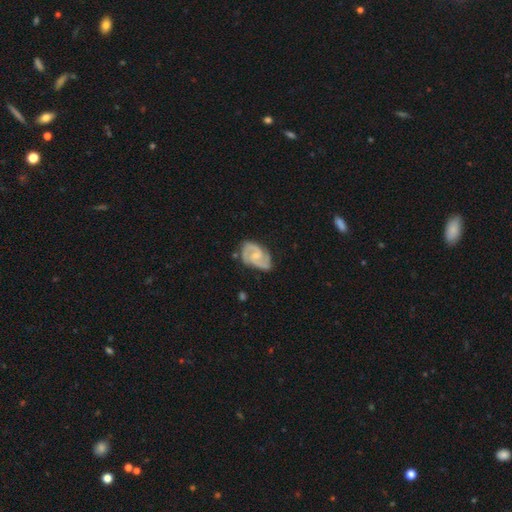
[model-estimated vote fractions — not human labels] A featured or disk galaxy (87%) with a weak bar (48%), 2 (84%) medium (53%) spiral arms (97%) and a small central bulge (52%).

Vote fractions:
- Smooth or featured? featured or disk: 87% / smooth: 9% / star or artifact: 5%
- Edge-on disk? no: 98% / yes: 2%
- Bar? weak: 48% / no: 42% / strong: 10%
- Spiral arms? yes: 97% / no: 3%
- Spiral winding? medium: 53% / tight: 34% / loose: 13%
- Spiral arm count? 2: 84% / 3: 8% / can't tell: 4% / 1: 2% / 4: 1% / more than 4: 1%
- Bulge size? small: 52% / moderate: 30% / none: 15% / large: 2% / dominant: 1%
- Merging? none: 68% / minor disturbance: 23% / major disturbance: 7% / merger: 3%